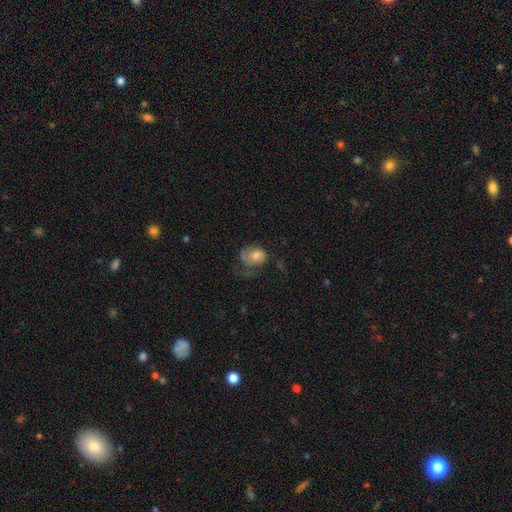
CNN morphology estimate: Q: Smooth or featured?
A: smooth (54%); runner-up: featured or disk (38%)
Q: How rounded?
A: in between (61%); runner-up: round (38%)
Q: Merging?
A: major disturbance (40%); runner-up: none (32%)